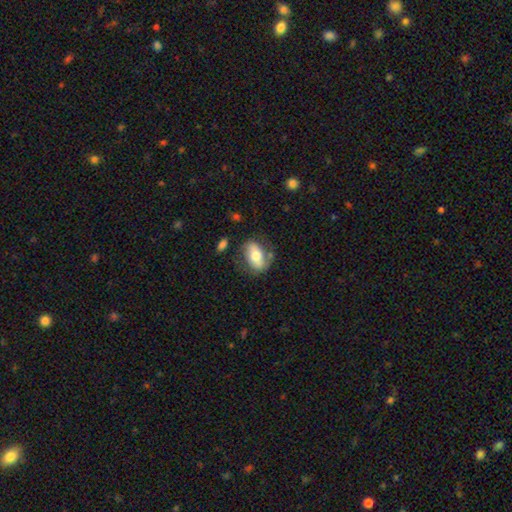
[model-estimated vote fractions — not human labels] Morphology: type=smooth (58%); roundness=in between (85%); merging=none (66%).